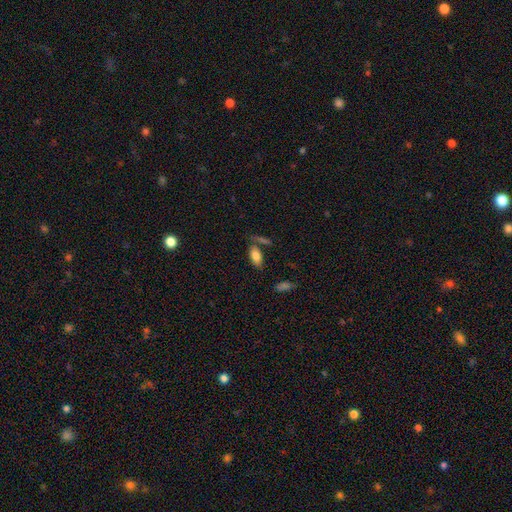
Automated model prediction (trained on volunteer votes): A smooth galaxy with no disk features (79%) that is in between round and cigar-shaped (86%).

Vote fractions:
- Smooth or featured? smooth: 79% / featured or disk: 12% / star or artifact: 8%
- How rounded? in between: 86% / cigar-shaped: 11% / round: 3%
- Merging? none: 68% / minor disturbance: 15% / merger: 13% / major disturbance: 5%